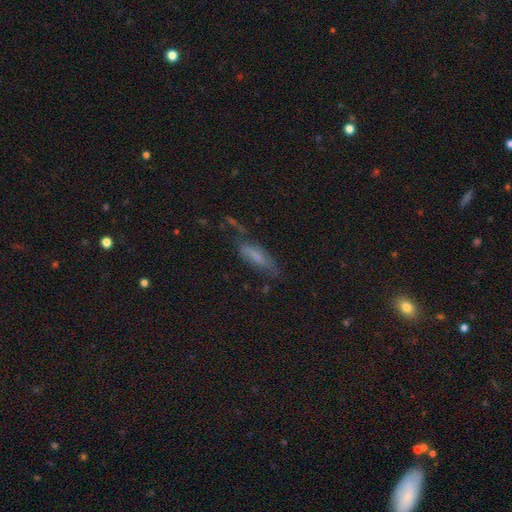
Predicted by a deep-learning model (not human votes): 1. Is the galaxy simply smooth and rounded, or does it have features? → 50% smooth, 38% featured or disk, 12% star or artifact.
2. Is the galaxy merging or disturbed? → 48% none, 27% minor disturbance, 19% major disturbance, 7% merger.